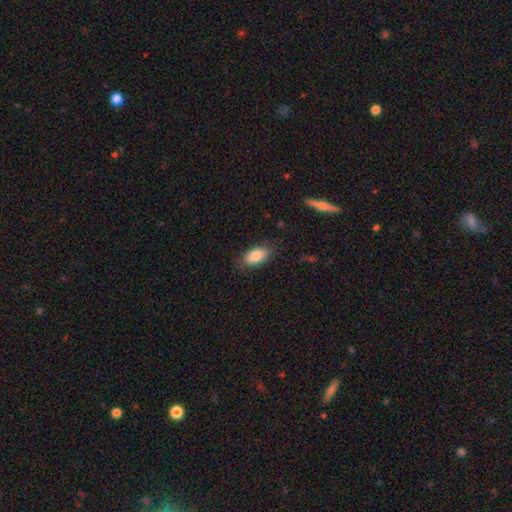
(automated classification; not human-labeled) This is clearly a smooth galaxy (86%). How rounded: clearly in between (92%). Merging: clearly none (81%).